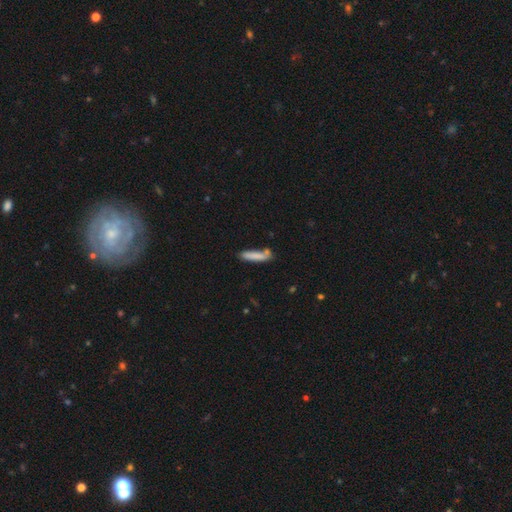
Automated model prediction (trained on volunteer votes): A smooth galaxy with no disk features (82%) that is cigar-shaped (83%).

Vote fractions:
- Smooth or featured? smooth: 82% / featured or disk: 12% / star or artifact: 7%
- How rounded? cigar-shaped: 83% / in between: 15% / round: 1%
- Merging? none: 70% / minor disturbance: 16% / merger: 11% / major disturbance: 3%